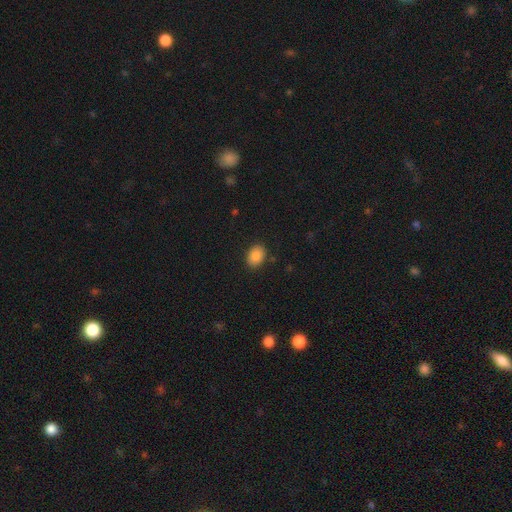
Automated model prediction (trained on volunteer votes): Morphology: type=smooth (88%); roundness=in between (76%); merging=none (87%).